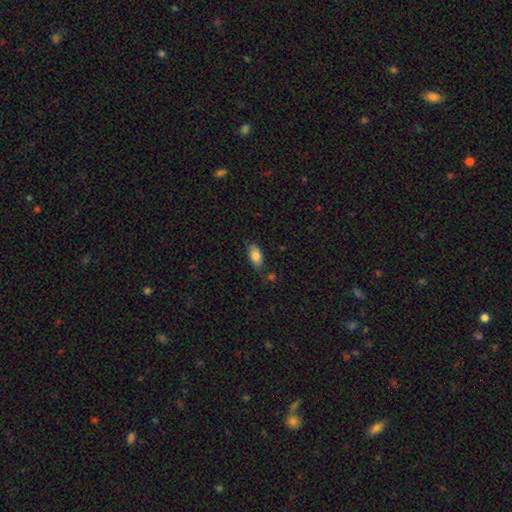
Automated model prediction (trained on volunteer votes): Smooth or featured?
  - smooth: 82% *
  - featured or disk: 11%
  - star or artifact: 7%
How rounded?
  - in between: 91% *
  - cigar-shaped: 5%
  - round: 4%
Merging?
  - none: 72% *
  - minor disturbance: 19%
  - merger: 5%
  - major disturbance: 4%